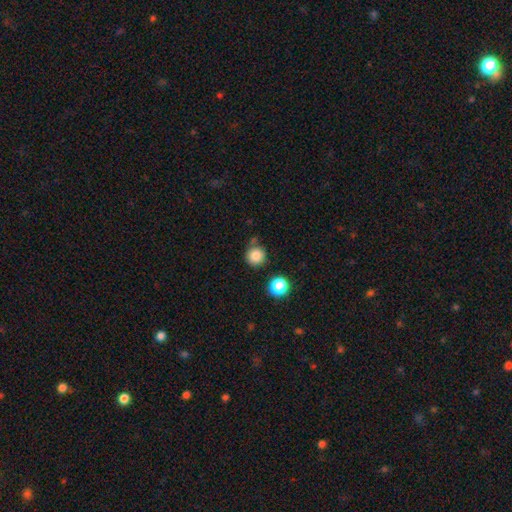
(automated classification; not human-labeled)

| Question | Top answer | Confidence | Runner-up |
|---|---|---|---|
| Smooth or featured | smooth | 84% | star or artifact (11%) |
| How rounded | round | 94% | in between (5%) |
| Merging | none | 78% | minor disturbance (11%) |